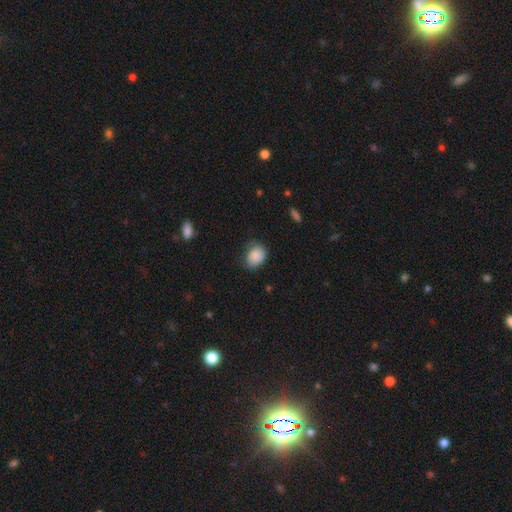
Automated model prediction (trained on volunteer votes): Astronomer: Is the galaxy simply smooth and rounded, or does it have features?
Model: smooth — 86%.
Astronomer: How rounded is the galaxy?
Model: in between — 57% (runner-up: round, 42%).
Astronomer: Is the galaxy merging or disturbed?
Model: none — 60%.